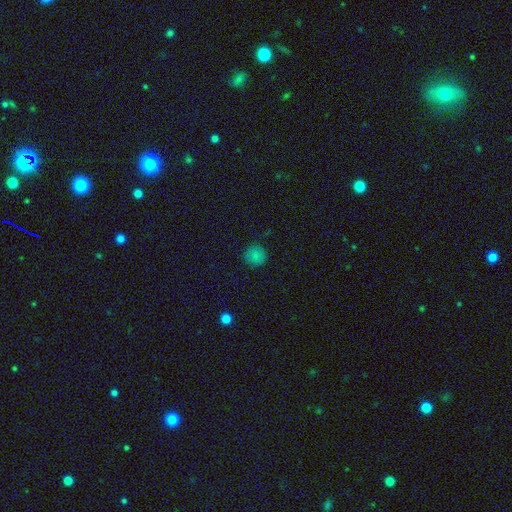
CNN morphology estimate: smooth 82%, star or artifact 14%, featured or disk 5%. Down the decision tree: how rounded — round (92%); merging — none (89%).